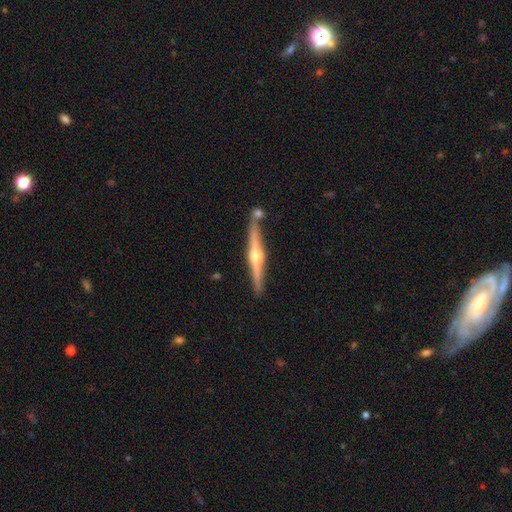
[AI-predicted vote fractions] Smooth or featured?
  - featured or disk: 79% *
  - smooth: 16%
  - star or artifact: 5%
Edge-on disk?
  - yes: 98% *
  - no: 2%
Edge-on bulge?
  - rounded: 94% *
  - boxy: 3%
  - none: 3%
Merging?
  - none: 76% *
  - minor disturbance: 11%
  - merger: 10%
  - major disturbance: 3%